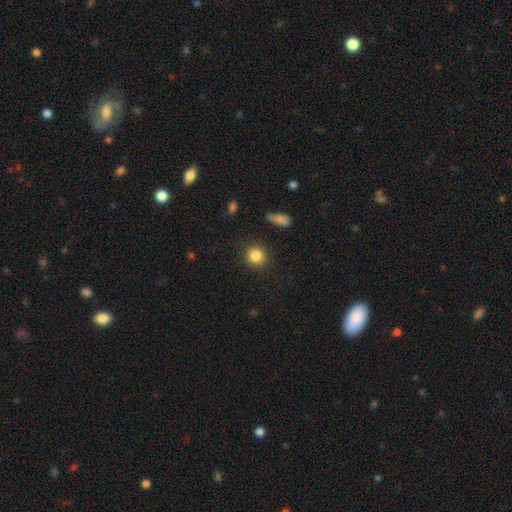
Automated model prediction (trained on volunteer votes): Smooth or featured? Predicted: smooth (p=0.85). How rounded? Predicted: round (p=0.89). Merging? Predicted: none (p=0.89).